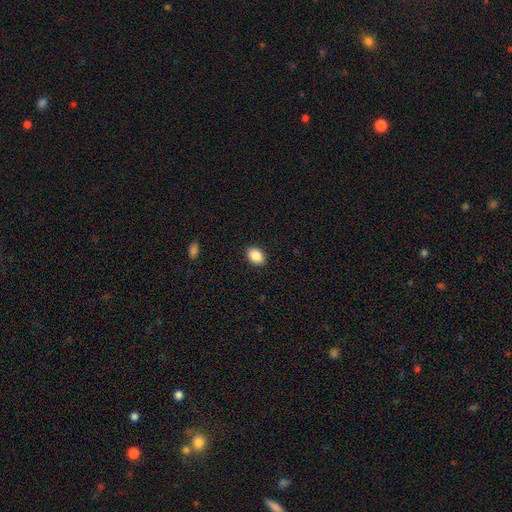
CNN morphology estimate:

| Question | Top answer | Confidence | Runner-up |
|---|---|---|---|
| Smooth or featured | smooth | 88% | star or artifact (8%) |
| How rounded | in between | 81% | round (18%) |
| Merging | none | 90% | minor disturbance (7%) |